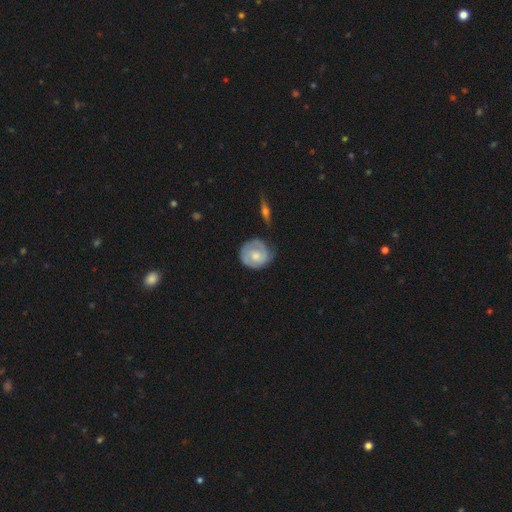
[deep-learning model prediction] Smooth or featured?
  - featured or disk: 56% *
  - smooth: 39%
  - star or artifact: 5%
Edge-on disk?
  - no: 96% *
  - yes: 4%
Bar?
  - no: 75% *
  - weak: 22%
  - strong: 3%
Spiral arms?
  - yes: 78% *
  - no: 22%
Bulge size?
  - moderate: 56% *
  - small: 33%
  - large: 6%
  - none: 4%
  - dominant: 1%
Merging?
  - none: 66% *
  - minor disturbance: 25%
  - major disturbance: 7%
  - merger: 2%